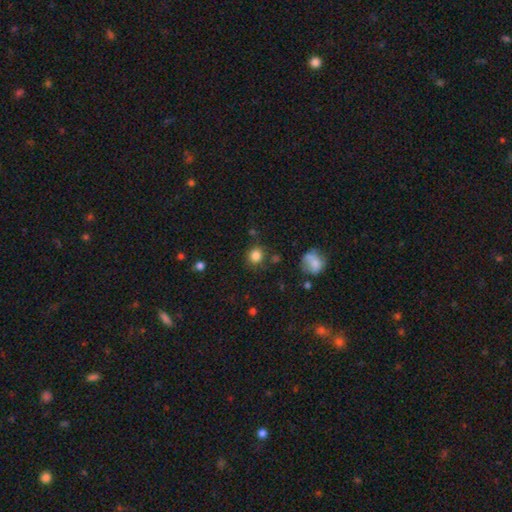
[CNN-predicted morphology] smooth-or-featured: smooth: 83% | star or artifact: 12% | featured or disk: 5%
  how-rounded: round: 86% | in between: 13% | cigar-shaped: 1%
  merging: none: 81% | minor disturbance: 11% | merger: 4% | major disturbance: 4%